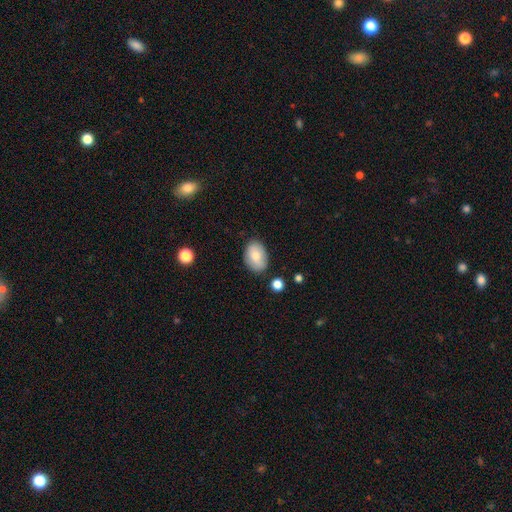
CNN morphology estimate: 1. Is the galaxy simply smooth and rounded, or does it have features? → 79% smooth, 14% featured or disk, 7% star or artifact.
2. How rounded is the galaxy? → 85% in between, 14% round, 1% cigar-shaped.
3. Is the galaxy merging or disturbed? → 79% none, 15% minor disturbance, 3% major disturbance, 2% merger.